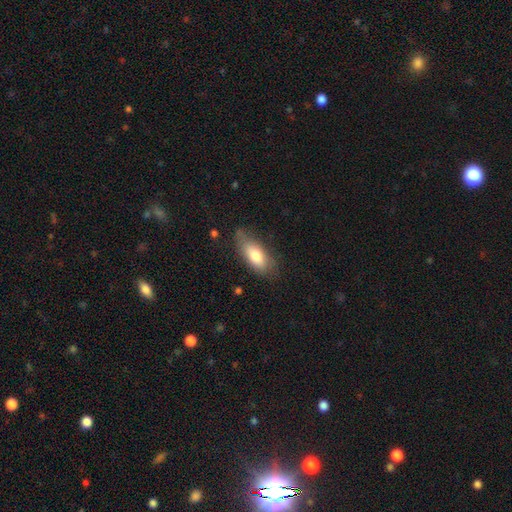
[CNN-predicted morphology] A smooth galaxy with no disk features (74%) that is in between round and cigar-shaped (80%). Merging: none (61%).